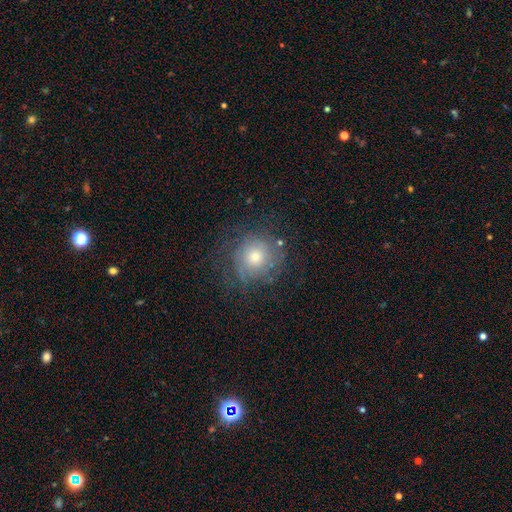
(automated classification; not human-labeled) Smooth or featured? featured or disk (46%)
Merging? none (69%)